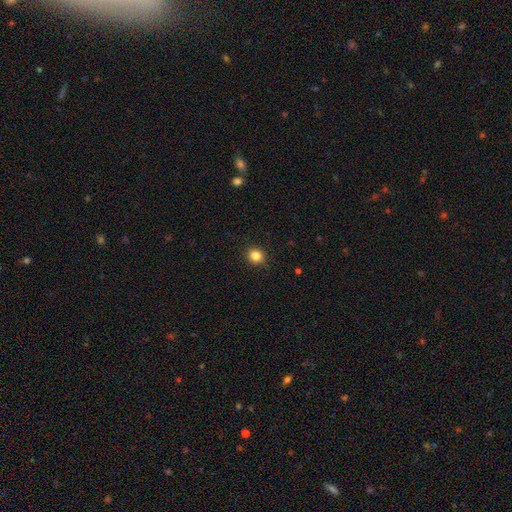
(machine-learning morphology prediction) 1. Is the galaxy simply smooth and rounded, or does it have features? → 84% smooth, 11% star or artifact, 4% featured or disk.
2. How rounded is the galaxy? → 84% round, 16% in between, 1% cigar-shaped.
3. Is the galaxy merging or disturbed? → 92% none, 6% minor disturbance, 2% major disturbance, 1% merger.